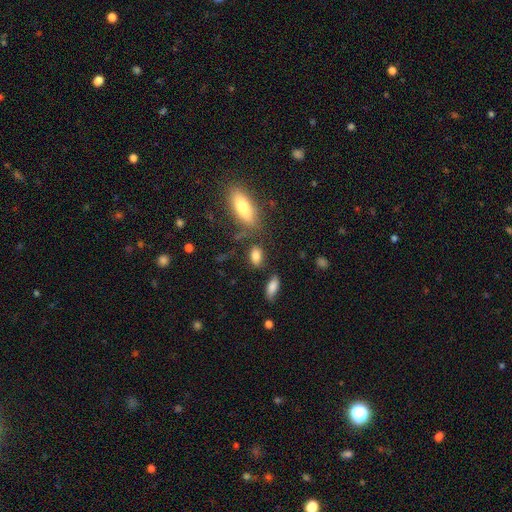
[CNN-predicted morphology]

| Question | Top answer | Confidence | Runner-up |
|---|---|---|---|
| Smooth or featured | smooth | 82% | star or artifact (9%) |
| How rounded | in between | 86% | round (8%) |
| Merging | none | 71% | minor disturbance (15%) |